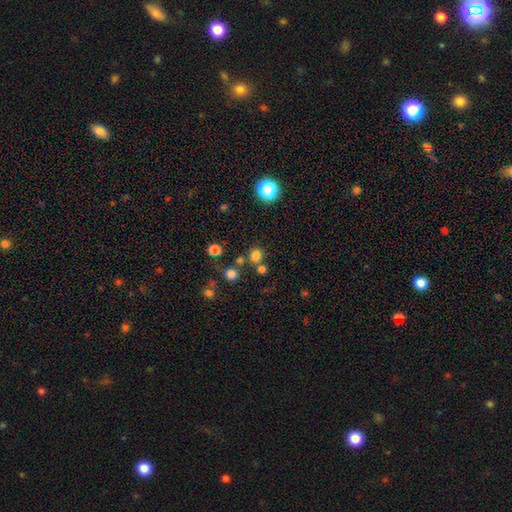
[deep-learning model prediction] This is likely a smooth galaxy (74%). How rounded: clearly round (87%). Merging: likely none (72%).